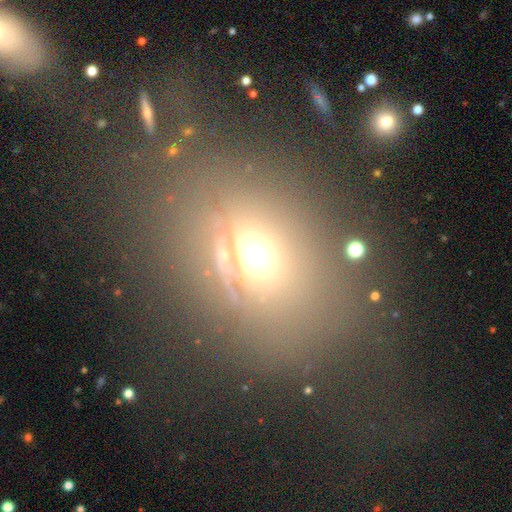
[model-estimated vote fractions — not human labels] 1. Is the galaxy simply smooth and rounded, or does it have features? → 48% smooth, 29% star or artifact, 22% featured or disk.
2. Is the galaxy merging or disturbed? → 65% none, 14% minor disturbance, 14% major disturbance, 6% merger.